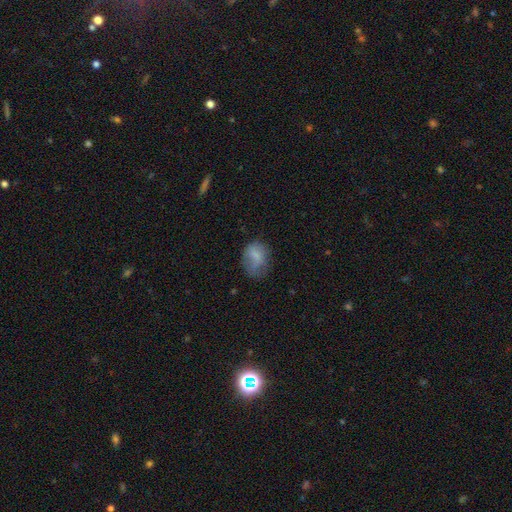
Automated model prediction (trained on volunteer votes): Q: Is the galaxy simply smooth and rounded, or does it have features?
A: smooth — 73%.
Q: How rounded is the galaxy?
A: in between — 58%.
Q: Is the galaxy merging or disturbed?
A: none — 45%.